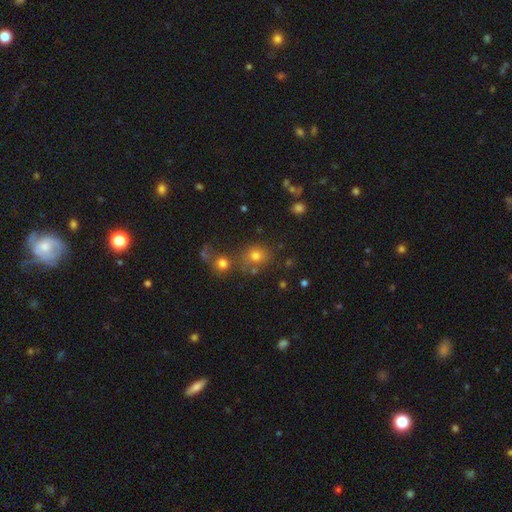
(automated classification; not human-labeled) Q: Smooth or featured?
A: smooth (73%); runner-up: star or artifact (17%)
Q: How rounded?
A: round (76%); runner-up: in between (23%)
Q: Merging?
A: none (58%); runner-up: merger (24%)